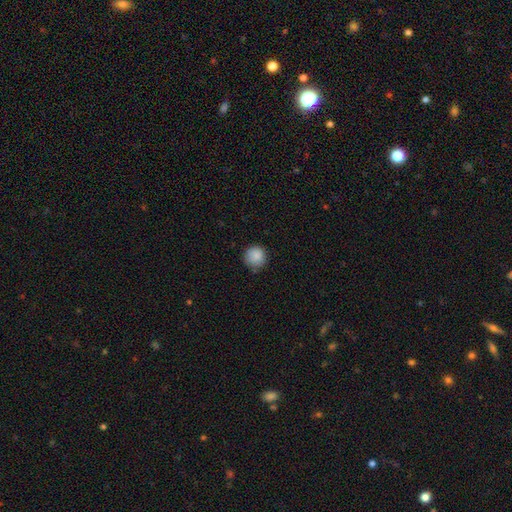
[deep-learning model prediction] A smooth galaxy with no disk features (87%) that is round (94%). Merging: none (80%).